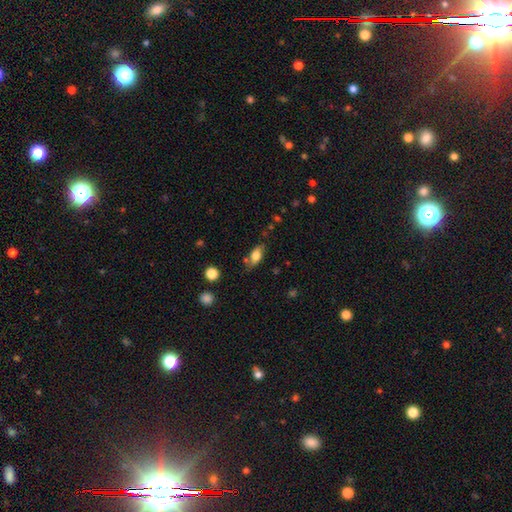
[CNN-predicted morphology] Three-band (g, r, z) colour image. It shows a smooth galaxy with no disk features (72%) that is in between round and cigar-shaped (82%). Merging: none (70%).